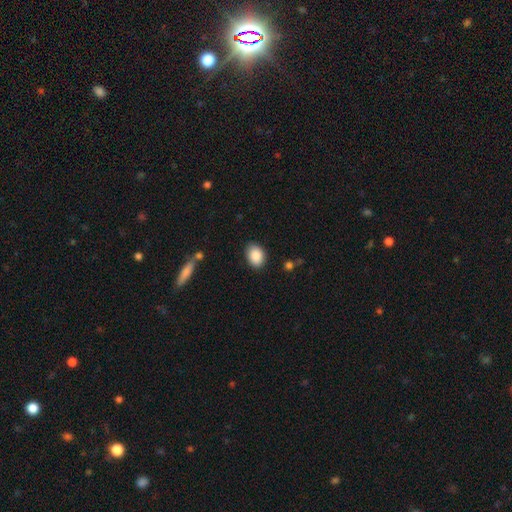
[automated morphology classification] This appears to be a smooth galaxy with no disk features (89%) that is in between round and cigar-shaped (78%). Merging: none (85%).